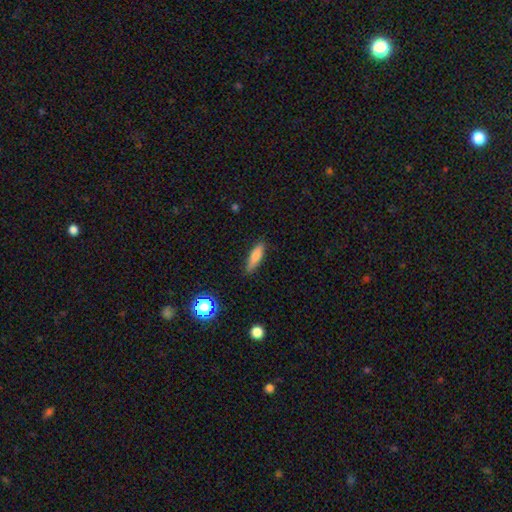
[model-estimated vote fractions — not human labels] Overall: smooth (79%). How rounded: cigar-shaped (60%; in between 38%). Merging: none (81%).